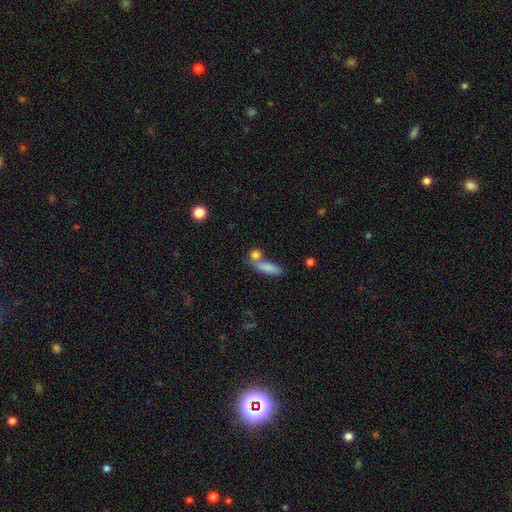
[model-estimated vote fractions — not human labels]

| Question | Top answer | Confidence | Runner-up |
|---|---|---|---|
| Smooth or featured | smooth | 81% | star or artifact (10%) |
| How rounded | in between | 42% | round (34%) |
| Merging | none | 50% | merger (36%) |